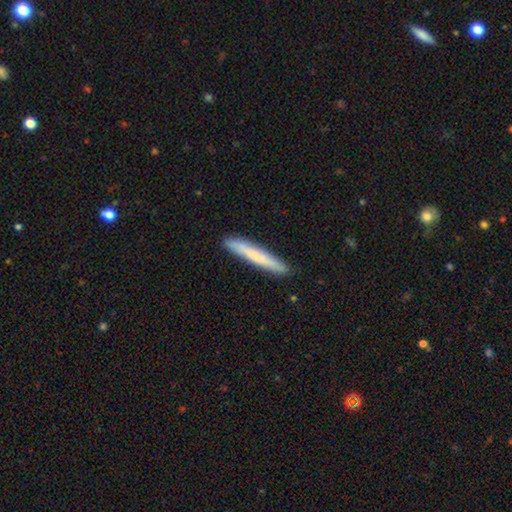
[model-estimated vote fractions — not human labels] A smooth galaxy with no disk features (70%) that is cigar-shaped (96%). Merging: none (91%).